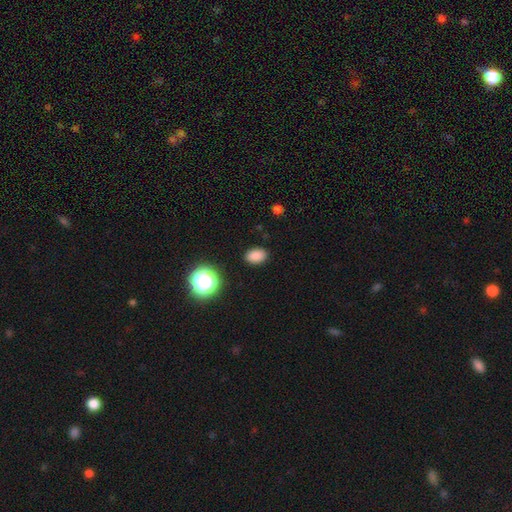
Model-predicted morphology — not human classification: A smooth galaxy with no disk features (84%) that is in between round and cigar-shaped (82%). Merging: none (88%).